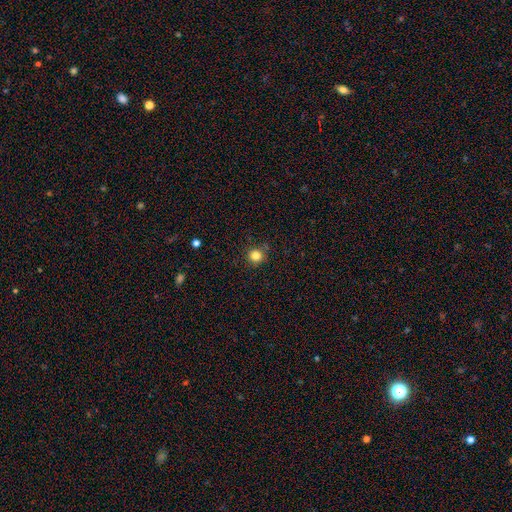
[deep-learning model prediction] The model was most divided on "smooth or featured": smooth: 83%, star or artifact: 12%, featured or disk: 5%. More confident: how rounded — round (93%); merging — none (88%).